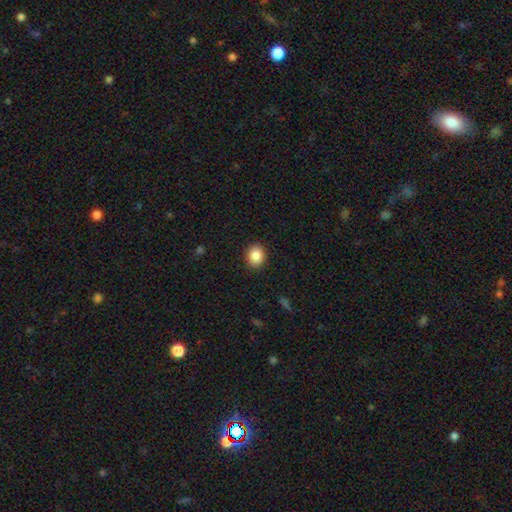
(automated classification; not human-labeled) smooth_or_featured: smooth (p=0.87) [alt: star or artifact p=0.09]
how_rounded: round (p=0.58) [alt: in between p=0.41]
merging: none (p=0.90) [alt: minor disturbance p=0.07]